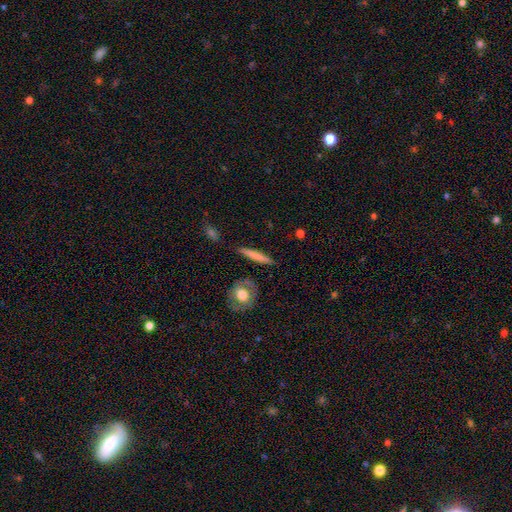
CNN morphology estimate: Smooth or featured? Predicted: smooth (p=0.69). How rounded? Predicted: cigar-shaped (p=0.90). Merging? Predicted: none (p=0.86).